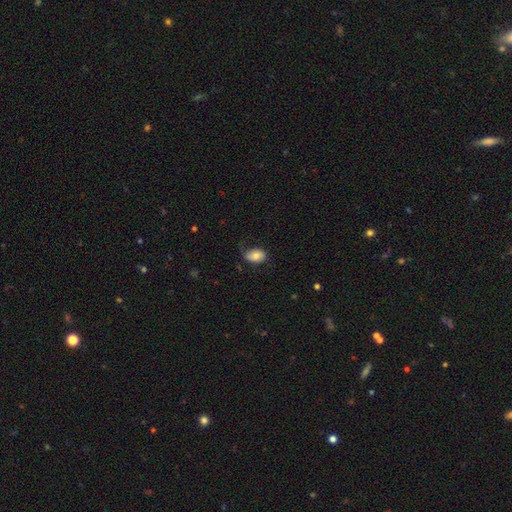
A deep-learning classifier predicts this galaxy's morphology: The model was most divided on "merging": none: 54%, minor disturbance: 30%, major disturbance: 14%, merger: 2%. More confident: how rounded — in between (86%); smooth or featured — smooth (73%).